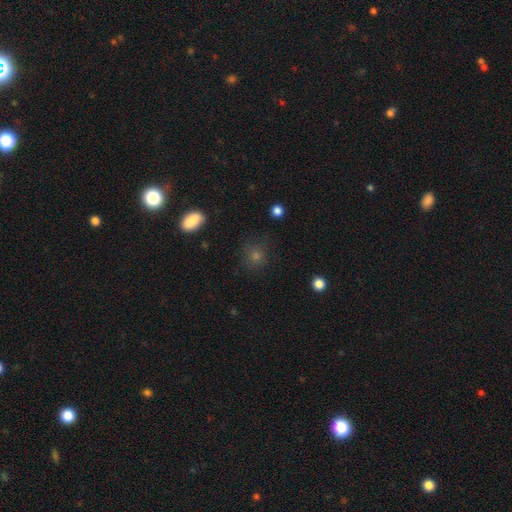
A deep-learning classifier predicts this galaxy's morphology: smooth-or-featured: smooth: 66% | star or artifact: 24% | featured or disk: 10%
  how-rounded: round: 87% | in between: 11% | cigar-shaped: 1%
  merging: none: 83% | minor disturbance: 11% | major disturbance: 4% | merger: 2%